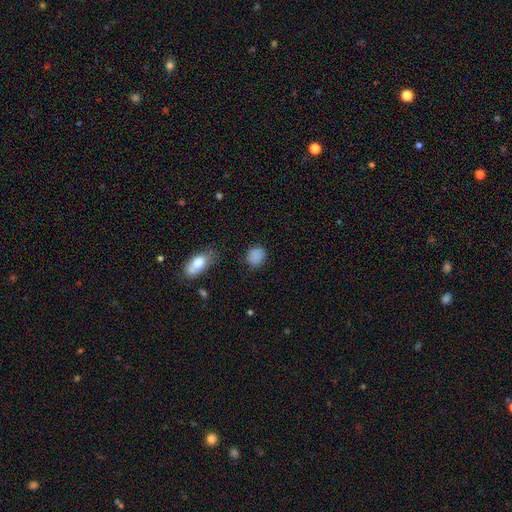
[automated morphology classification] This is clearly a smooth galaxy (85%). How rounded: likely round (76%). Merging: clearly none (82%).